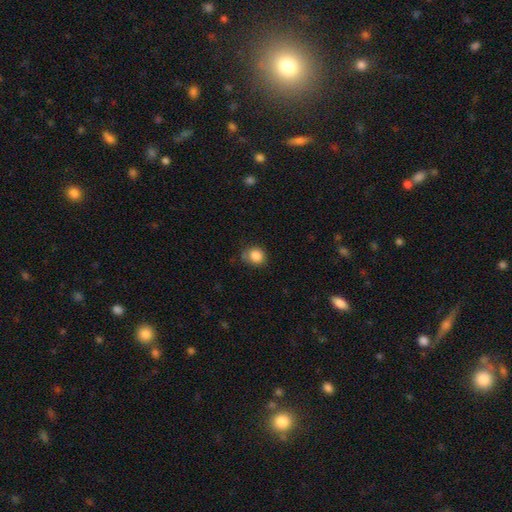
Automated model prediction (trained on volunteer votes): Smooth or featured?
  - smooth: 85% *
  - star or artifact: 10%
  - featured or disk: 5%
How rounded?
  - round: 78% *
  - in between: 21%
  - cigar-shaped: 1%
Merging?
  - none: 68% *
  - minor disturbance: 23%
  - major disturbance: 5%
  - merger: 3%